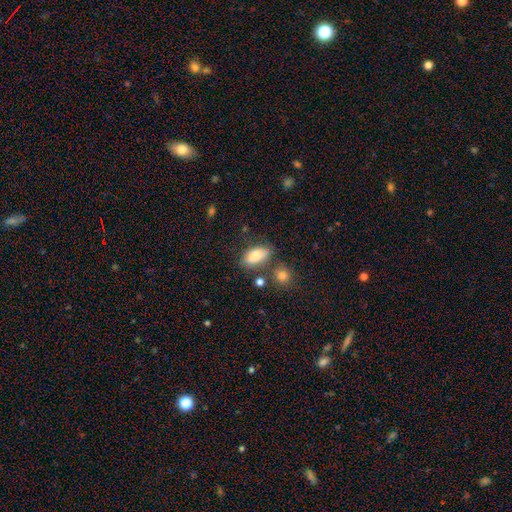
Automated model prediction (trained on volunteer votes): Smooth or featured?
  - smooth: 81% *
  - featured or disk: 10%
  - star or artifact: 8%
How rounded?
  - in between: 89% *
  - round: 6%
  - cigar-shaped: 5%
Merging?
  - none: 67% *
  - minor disturbance: 18%
  - merger: 10%
  - major disturbance: 6%